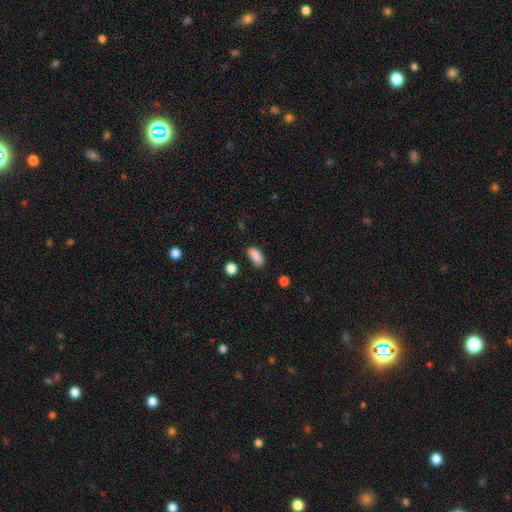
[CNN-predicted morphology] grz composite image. It shows a smooth galaxy with no disk features (87%) that is in between round and cigar-shaped (84%). Merging: none (74%).